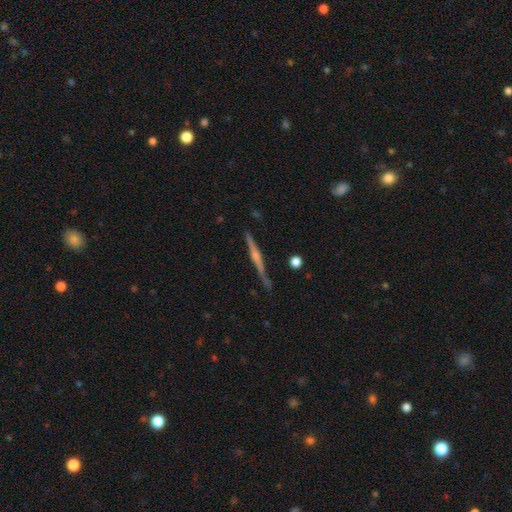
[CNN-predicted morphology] smooth_or_featured: featured or disk (p=0.76) [alt: smooth p=0.17]
disk_edge_on: yes (p=0.98) [alt: no p=0.02]
edge_on_bulge: rounded (p=0.68) [alt: none p=0.20]
merging: none (p=0.85) [alt: minor disturbance p=0.11]